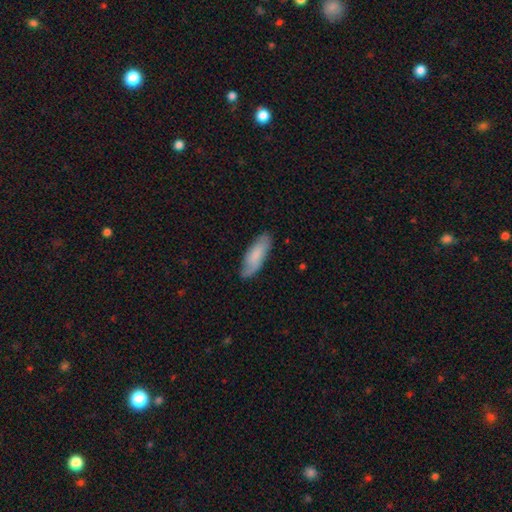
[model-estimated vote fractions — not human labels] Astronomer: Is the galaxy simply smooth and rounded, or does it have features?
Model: smooth — 75%.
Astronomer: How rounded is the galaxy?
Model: in between — 66%.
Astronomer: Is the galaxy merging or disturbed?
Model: none — 78%.